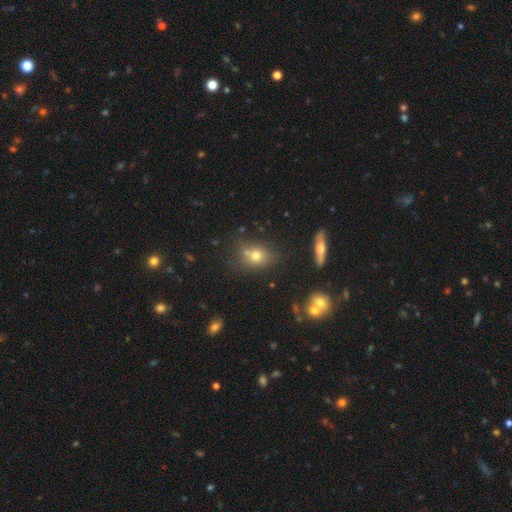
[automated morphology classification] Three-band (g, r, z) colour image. It shows a smooth galaxy with no disk features (67%) that is in between round and cigar-shaped (49%). Merging: none (66%).